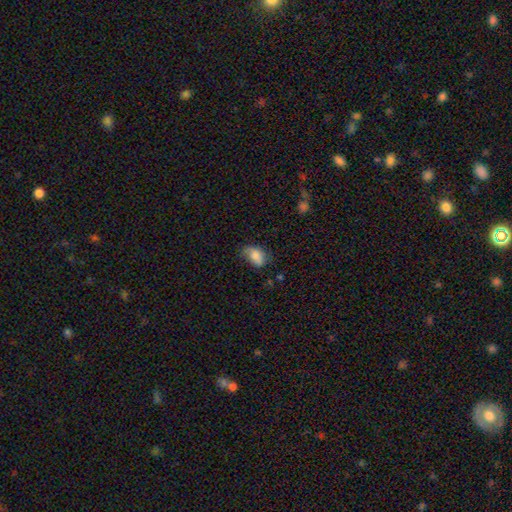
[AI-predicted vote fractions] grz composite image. It shows a smooth galaxy with no disk features (77%) that is in between round and cigar-shaped (86%). Merging: none (41%).